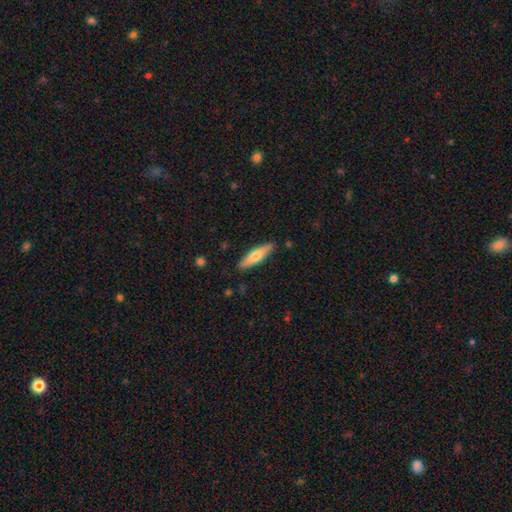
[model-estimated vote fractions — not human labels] smooth-or-featured: smooth: 60% | featured or disk: 35% | star or artifact: 5%
  how-rounded: cigar-shaped: 71% | in between: 28% | round: 2%
  merging: none: 88% | minor disturbance: 9% | major disturbance: 2% | merger: 1%